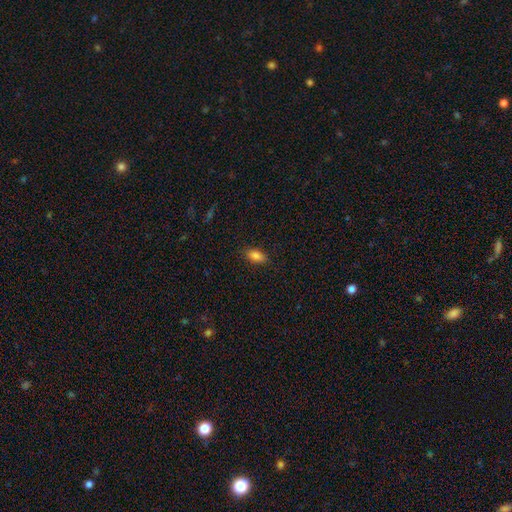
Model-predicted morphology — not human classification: A smooth galaxy with no disk features (85%) that is in between round and cigar-shaped (89%).

Vote fractions:
- Smooth or featured? smooth: 85% / star or artifact: 9% / featured or disk: 6%
- How rounded? in between: 89% / cigar-shaped: 6% / round: 5%
- Merging? none: 86% / minor disturbance: 10% / major disturbance: 2% / merger: 1%